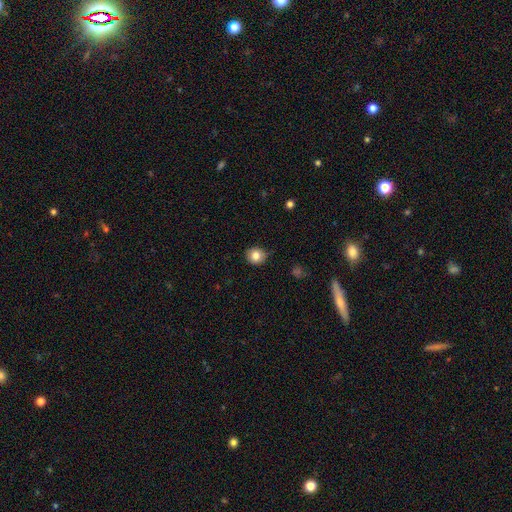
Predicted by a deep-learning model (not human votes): A smooth galaxy with no disk features (82%) that is round (88%).

Vote fractions:
- Smooth or featured? smooth: 82% / star or artifact: 10% / featured or disk: 8%
- How rounded? round: 88% / in between: 11% / cigar-shaped: 1%
- Merging? none: 82% / minor disturbance: 14% / major disturbance: 2% / merger: 1%